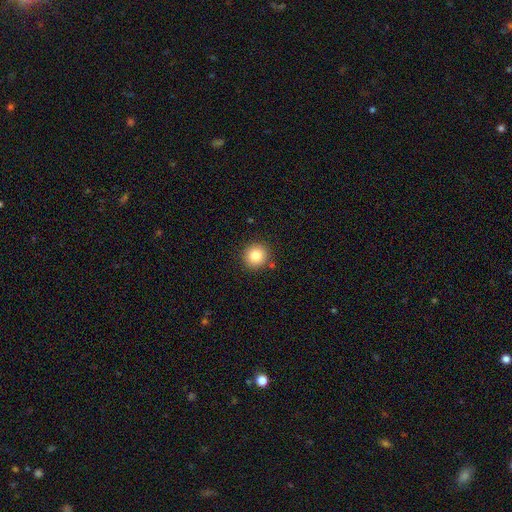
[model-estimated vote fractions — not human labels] Smooth or featured: smooth — 82% (star or artifact — 11%)
How rounded: round — 93% (in between — 6%)
Merging: none — 88% (minor disturbance — 7%)